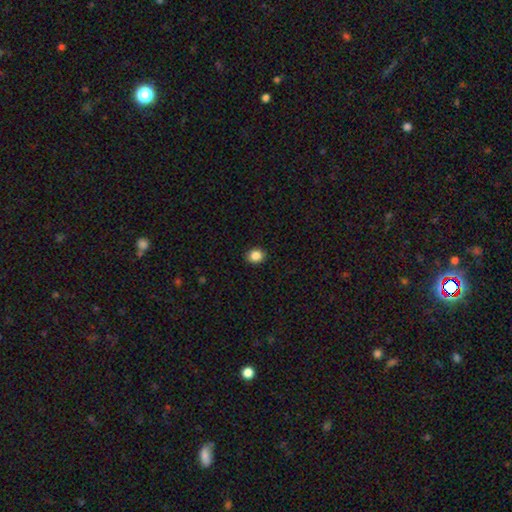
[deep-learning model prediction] Morphology: type=smooth (86%); roundness=round (66%); merging=none (92%).